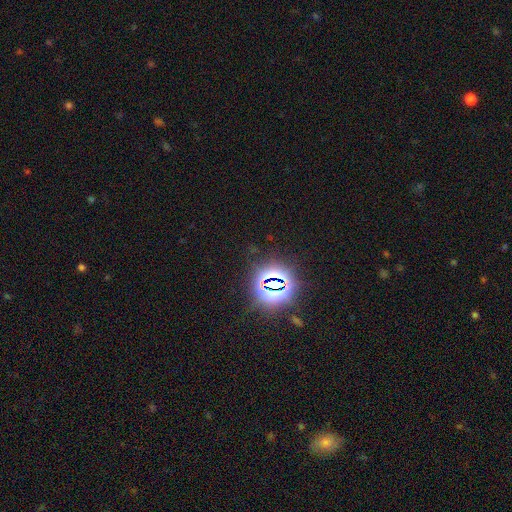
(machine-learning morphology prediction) type=star or artifact (79%).